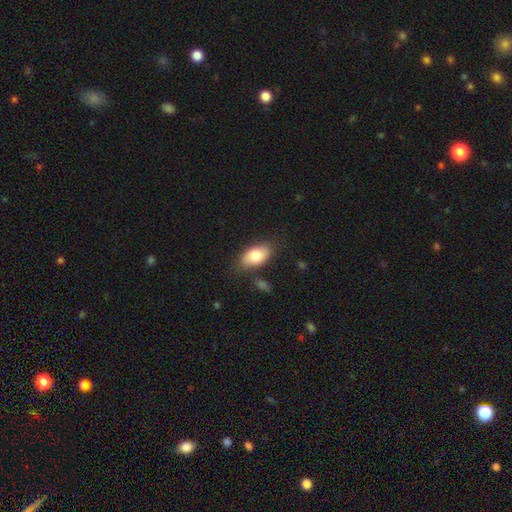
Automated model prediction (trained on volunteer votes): A smooth galaxy with no disk features (79%) that is in between round and cigar-shaped (92%).

Vote fractions:
- Smooth or featured? smooth: 79% / featured or disk: 14% / star or artifact: 6%
- How rounded? in between: 92% / round: 5% / cigar-shaped: 3%
- Merging? none: 76% / minor disturbance: 16% / merger: 4% / major disturbance: 4%